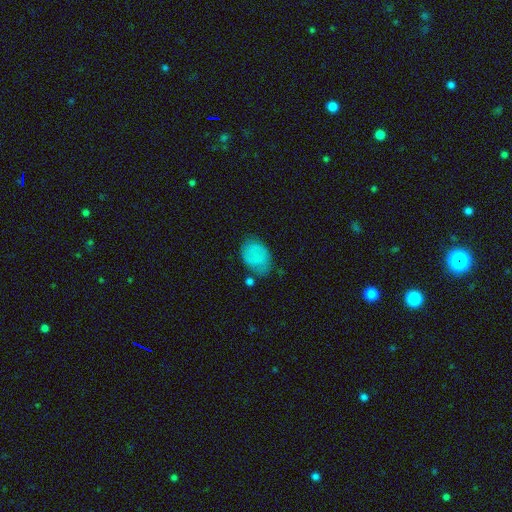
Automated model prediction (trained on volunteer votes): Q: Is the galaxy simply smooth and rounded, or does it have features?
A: smooth — 72%.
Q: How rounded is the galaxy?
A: in between — 77%.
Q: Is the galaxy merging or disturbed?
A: none — 59%.